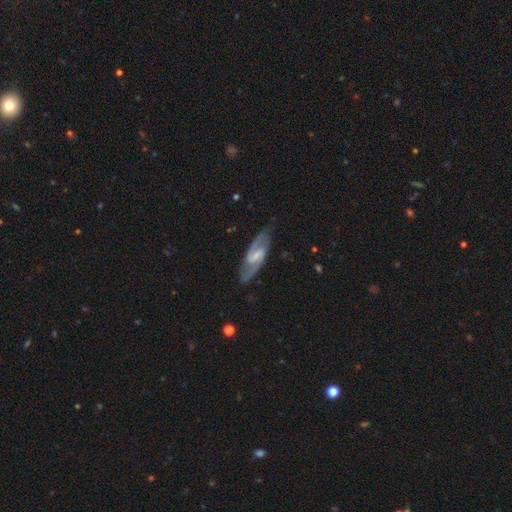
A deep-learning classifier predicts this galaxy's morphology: Smooth or featured? featured or disk (88%)
Edge-on disk? no (94%)
Bar? weak (48%)
Spiral arms? yes (97%)
Spiral winding? medium (57%)
Spiral arm count? 2 (93%)
Bulge size? small (55%)
Merging? none (81%)